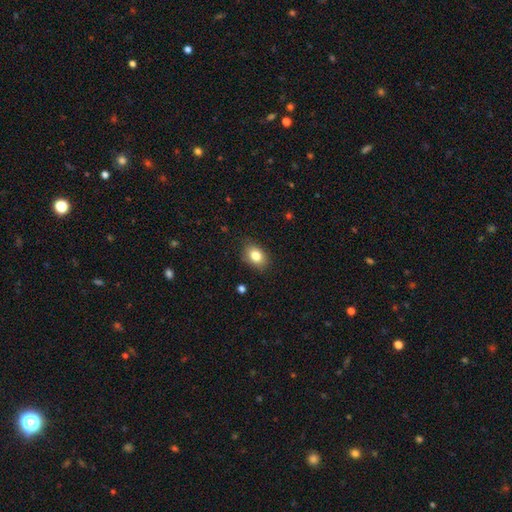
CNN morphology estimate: smooth_or_featured: smooth (p=0.83) [alt: star or artifact p=0.09]
how_rounded: in between (p=0.77) [alt: round p=0.22]
merging: none (p=0.83) [alt: minor disturbance p=0.13]